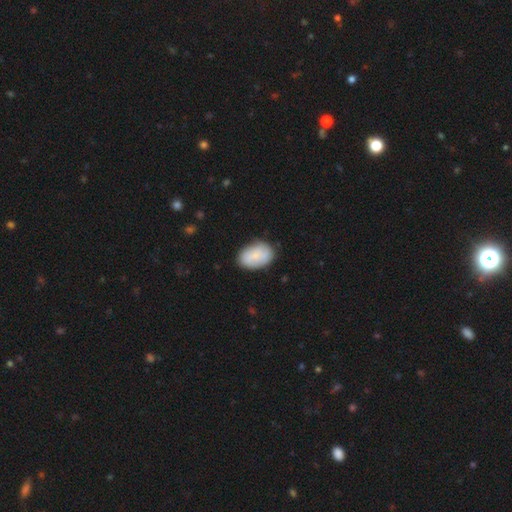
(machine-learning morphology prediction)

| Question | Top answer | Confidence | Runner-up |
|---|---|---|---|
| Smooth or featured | smooth | 79% | featured or disk (15%) |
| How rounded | in between | 85% | round (13%) |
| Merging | none | 78% | minor disturbance (17%) |